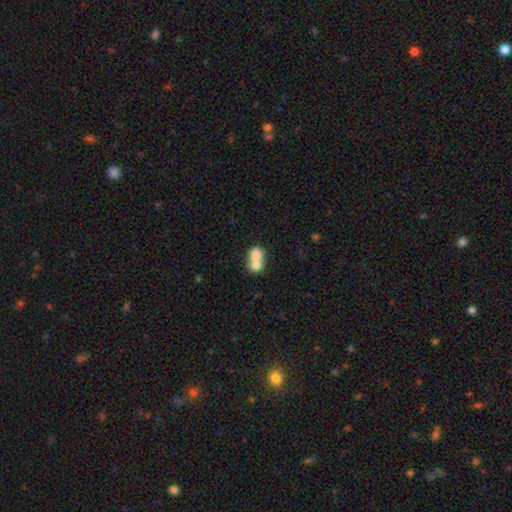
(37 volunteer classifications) Smooth or featured: smooth — 73% (featured or disk — 24%)
How rounded: in between — 56% (round — 41%)
Merging: merger — 56% (none — 36%)